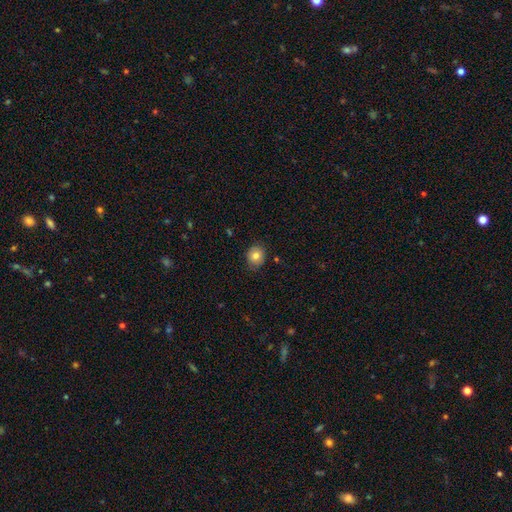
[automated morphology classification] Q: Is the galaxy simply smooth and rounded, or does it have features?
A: smooth — 80%.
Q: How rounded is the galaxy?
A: round — 77%.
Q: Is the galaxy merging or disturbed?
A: none — 83%.